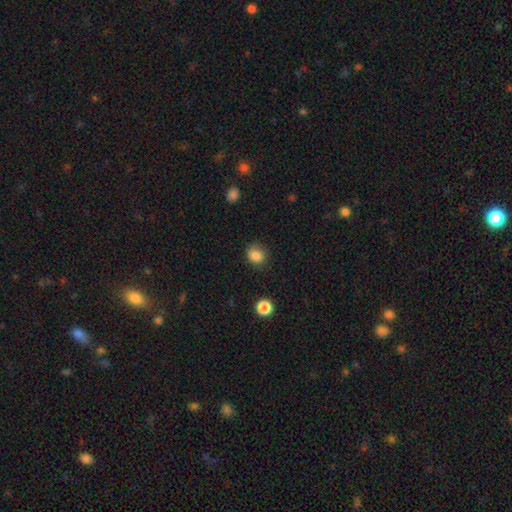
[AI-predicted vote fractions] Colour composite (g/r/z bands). It shows a smooth galaxy with no disk features (85%) that is round (75%). Merging: none (82%).